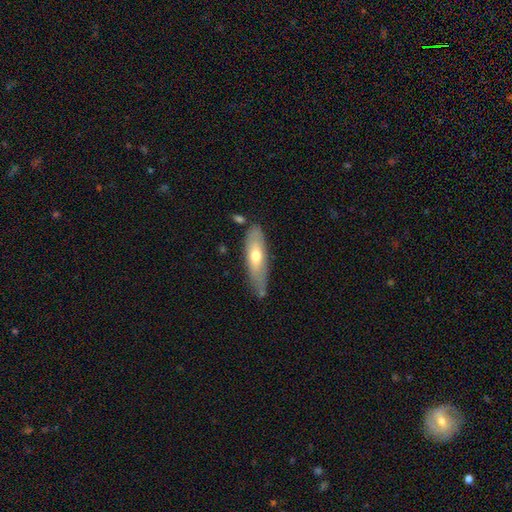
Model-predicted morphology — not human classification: Smooth or featured: smooth — 55% (featured or disk — 39%)
How rounded: cigar-shaped — 53% (in between — 45%)
Merging: none — 63% (minor disturbance — 24%)